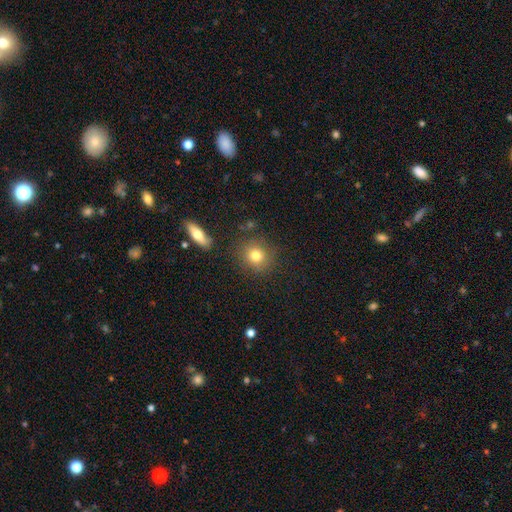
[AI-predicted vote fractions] Smooth or featured? Predicted: smooth (p=0.80). How rounded? Predicted: round (p=0.83). Merging? Predicted: none (p=0.83).